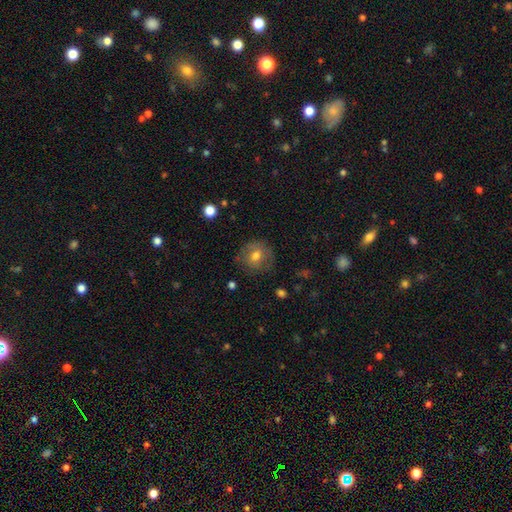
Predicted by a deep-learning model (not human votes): A smooth galaxy with no disk features (69%) that is round (87%).

Vote fractions:
- Smooth or featured? smooth: 69% / featured or disk: 21% / star or artifact: 10%
- How rounded? round: 87% / in between: 12% / cigar-shaped: 1%
- Merging? none: 77% / minor disturbance: 16% / major disturbance: 5% / merger: 1%